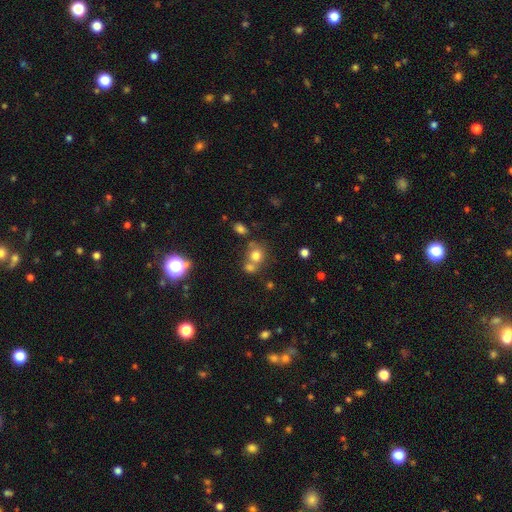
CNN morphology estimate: Overall: smooth (73%). How rounded: round (77%). Merging: none (46%; merger 40%).